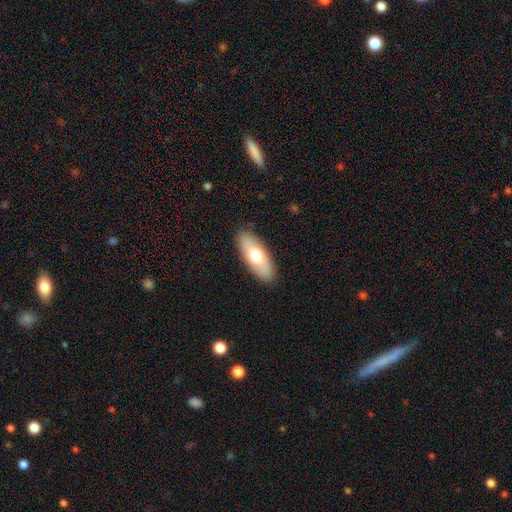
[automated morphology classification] Overall: smooth (67%). How rounded: in between (77%). Merging: none (88%).